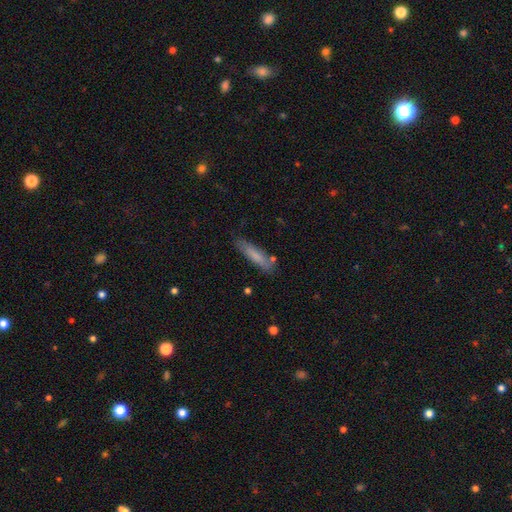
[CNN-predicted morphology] smooth_or_featured: smooth (p=0.76) [alt: featured or disk p=0.17]
how_rounded: cigar-shaped (p=0.80) [alt: in between p=0.18]
merging: none (p=0.78) [alt: minor disturbance p=0.15]